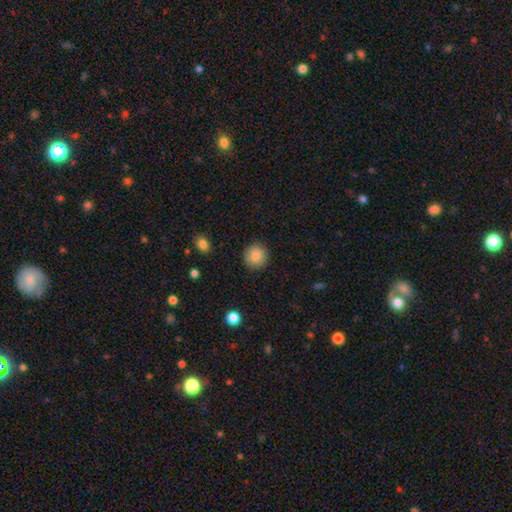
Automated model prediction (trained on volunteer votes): smooth-or-featured: smooth: 86% | star or artifact: 9% | featured or disk: 5%
  how-rounded: round: 93% | in between: 6% | cigar-shaped: 1%
  merging: none: 90% | minor disturbance: 7% | major disturbance: 2% | merger: 1%